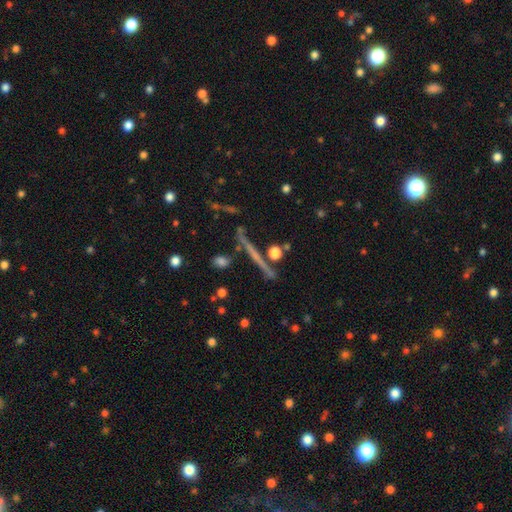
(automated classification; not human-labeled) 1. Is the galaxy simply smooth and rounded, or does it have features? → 64% featured or disk, 20% smooth, 16% star or artifact.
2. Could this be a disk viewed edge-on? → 94% yes, 6% no.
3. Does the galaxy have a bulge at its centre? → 48% none, 42% rounded, 10% boxy.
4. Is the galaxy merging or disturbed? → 81% none, 9% minor disturbance, 6% merger, 4% major disturbance.